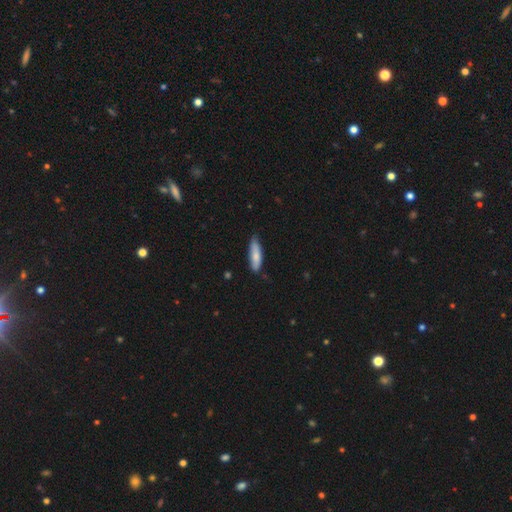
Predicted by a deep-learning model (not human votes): A smooth galaxy with no disk features (78%) that is cigar-shaped (59%). Merging: none (73%).